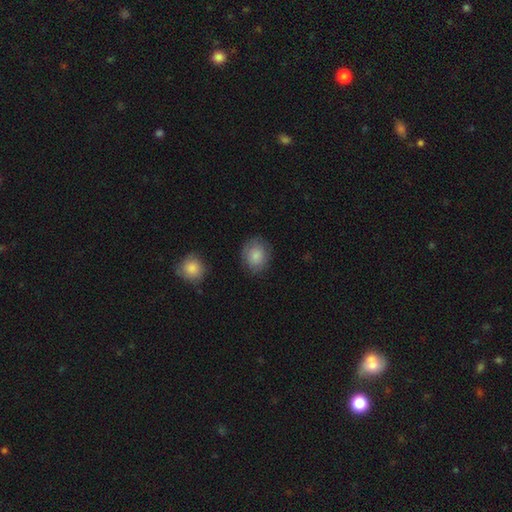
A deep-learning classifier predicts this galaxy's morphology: Smooth or featured: smooth — 83% (featured or disk — 10%)
How rounded: round — 66% (in between — 33%)
Merging: none — 79% (minor disturbance — 15%)